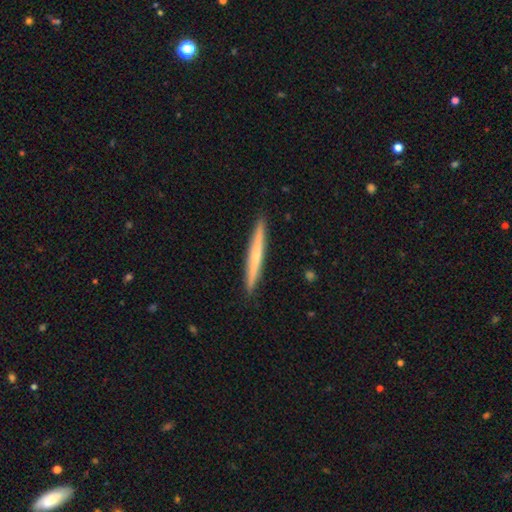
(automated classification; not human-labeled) smooth_or_featured: featured or disk (p=0.50) [alt: smooth p=0.45]
merging: none (p=0.92) [alt: minor disturbance p=0.06]